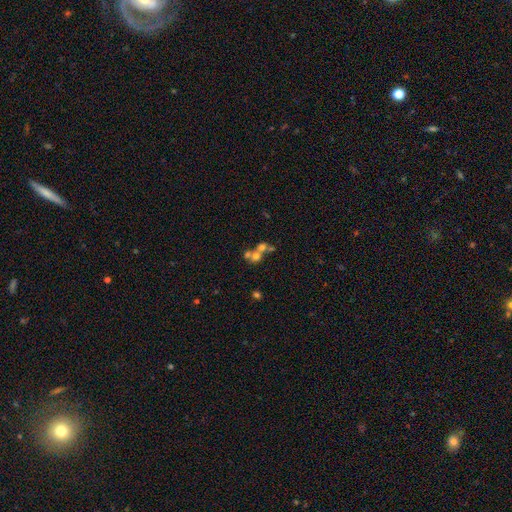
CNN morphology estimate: type=smooth (54%); roundness=round (80%); merging=merger (58%).